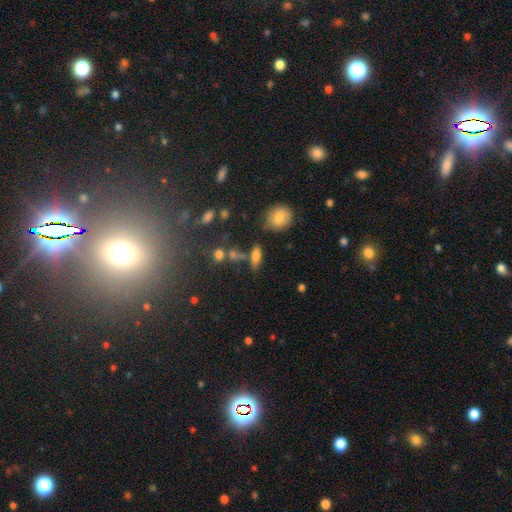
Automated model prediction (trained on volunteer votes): Smooth or featured?
  - smooth: 75% *
  - featured or disk: 14%
  - star or artifact: 11%
How rounded?
  - in between: 64% *
  - cigar-shaped: 30%
  - round: 6%
Merging?
  - none: 63% *
  - minor disturbance: 16%
  - merger: 15%
  - major disturbance: 6%